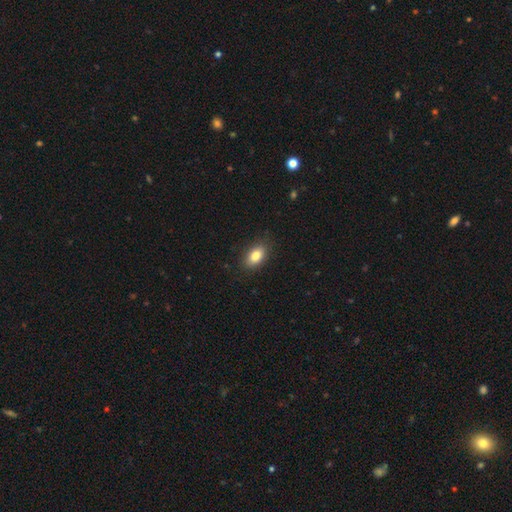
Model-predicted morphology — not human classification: A smooth galaxy with no disk features (83%) that is in between round and cigar-shaped (89%). Merging: none (87%).